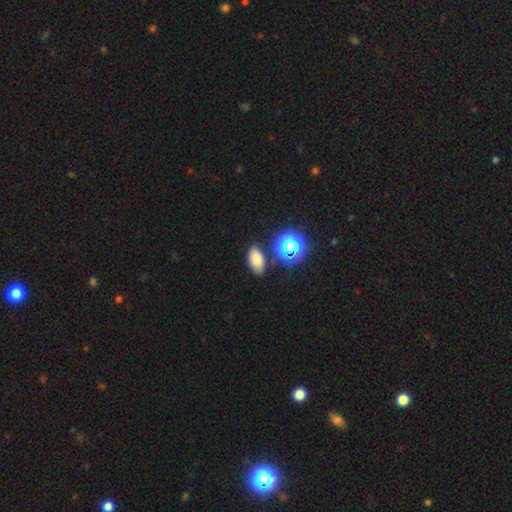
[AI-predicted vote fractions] Smooth or featured?
  - smooth: 74% *
  - star or artifact: 19%
  - featured or disk: 7%
How rounded?
  - in between: 84% *
  - round: 13%
  - cigar-shaped: 3%
Merging?
  - none: 82% *
  - minor disturbance: 10%
  - merger: 5%
  - major disturbance: 3%